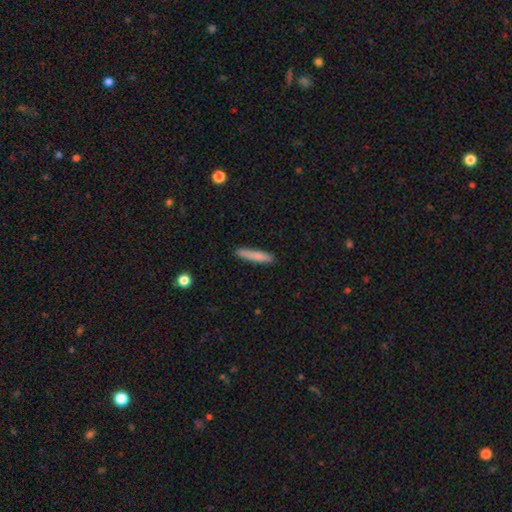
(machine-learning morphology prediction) A smooth galaxy with no disk features (79%) that is cigar-shaped (91%). Merging: none (85%).